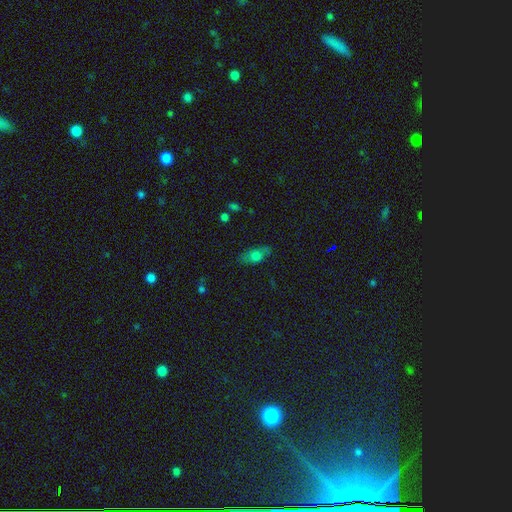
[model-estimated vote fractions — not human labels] Q: Smooth or featured?
A: smooth (67%); runner-up: featured or disk (22%)
Q: How rounded?
A: in between (78%); runner-up: cigar-shaped (15%)
Q: Merging?
A: none (77%); runner-up: minor disturbance (17%)